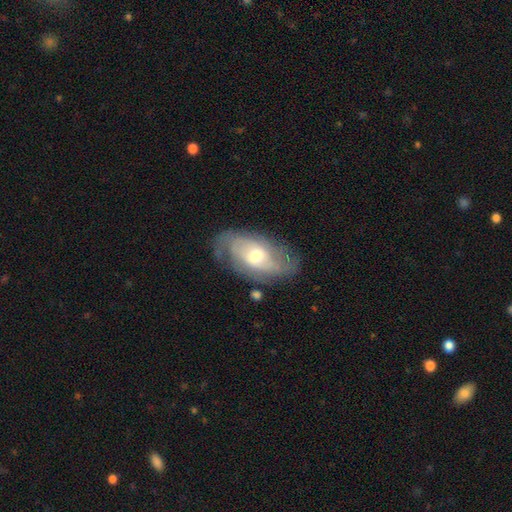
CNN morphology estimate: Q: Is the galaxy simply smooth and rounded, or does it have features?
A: featured or disk — 71%.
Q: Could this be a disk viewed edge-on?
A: no — 92%.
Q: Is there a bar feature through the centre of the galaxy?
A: no — 55%.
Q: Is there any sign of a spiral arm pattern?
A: yes — 84%.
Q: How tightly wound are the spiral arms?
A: medium — 40%.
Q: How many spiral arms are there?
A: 2 — 53%.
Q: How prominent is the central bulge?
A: moderate — 62%.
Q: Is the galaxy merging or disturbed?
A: none — 69%.